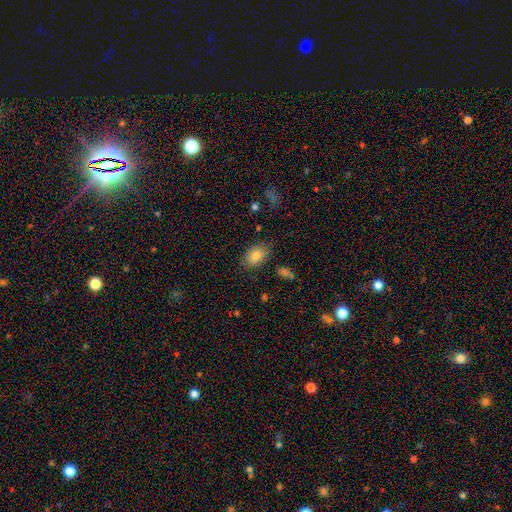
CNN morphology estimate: A smooth galaxy with no disk features (83%) that is in between round and cigar-shaped (86%). Merging: none (79%).